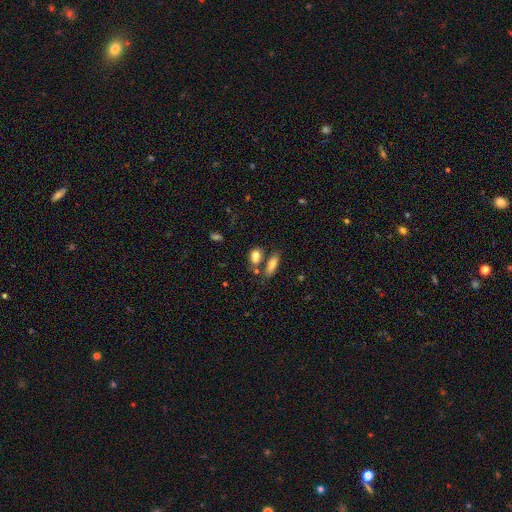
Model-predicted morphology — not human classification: smooth-or-featured: smooth: 77% | featured or disk: 14% | star or artifact: 10%
  how-rounded: in between: 71% | round: 19% | cigar-shaped: 10%
  merging: none: 50% | merger: 32% | minor disturbance: 13% | major disturbance: 5%